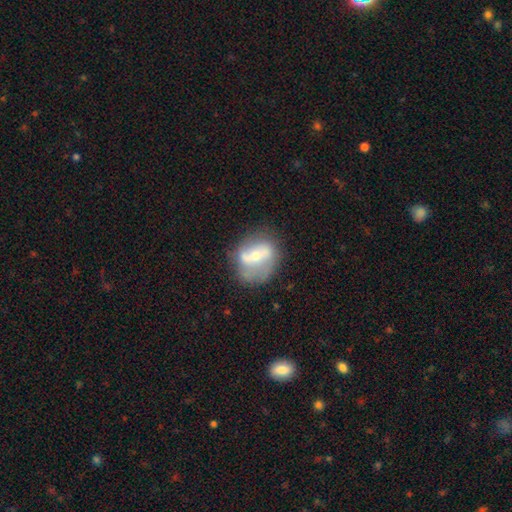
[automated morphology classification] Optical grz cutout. It shows a featured or disk galaxy (67%) with a strong bar (39%), spiral arms (66%) and a small central bulge (47%). Merging: none (58%).